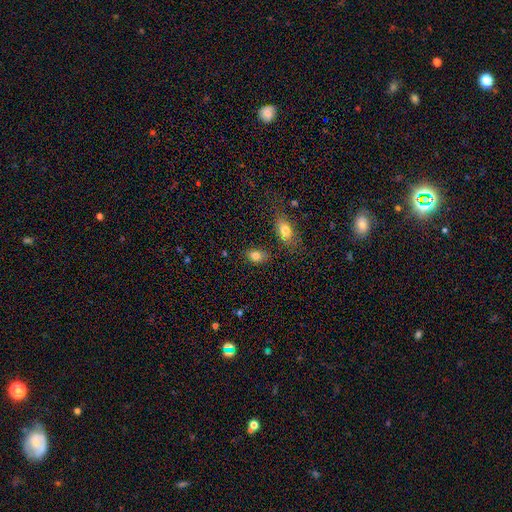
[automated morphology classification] Overall: smooth (81%). How rounded: in between (82%). Merging: none (78%).